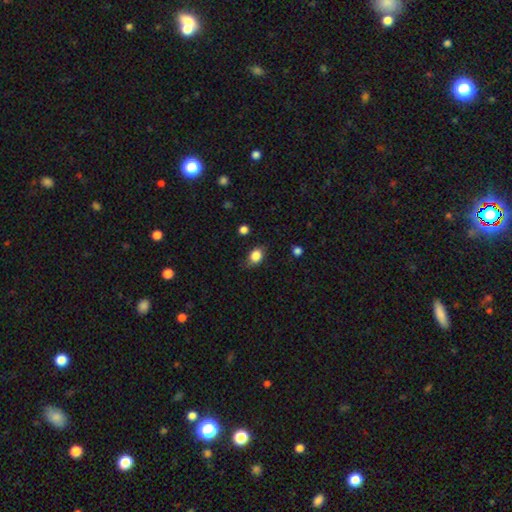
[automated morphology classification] smooth 85%, star or artifact 9%, featured or disk 6%. Down the decision tree: how rounded — in between (59%); merging — none (71%).